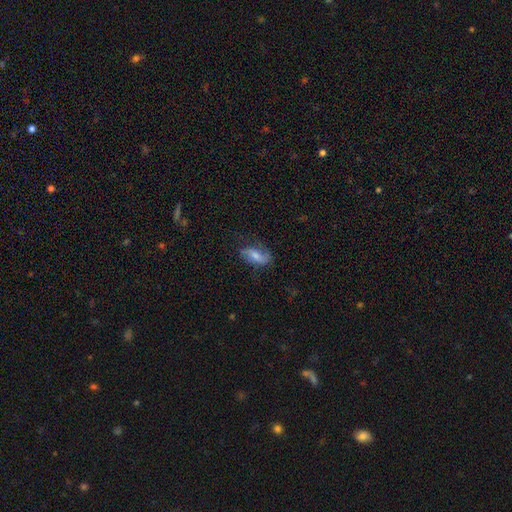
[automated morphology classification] Smooth or featured? smooth (51%)
How rounded? in between (83%)
Merging? none (61%)